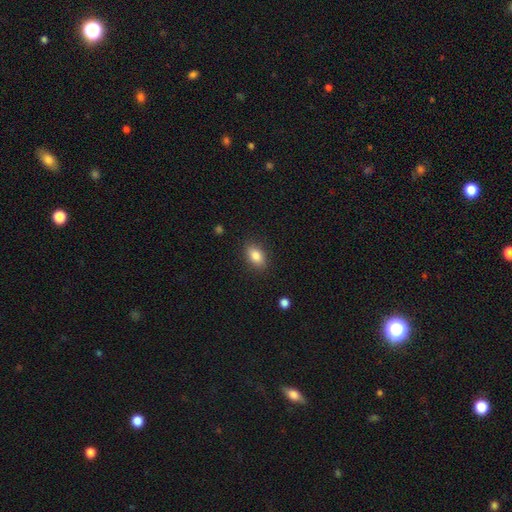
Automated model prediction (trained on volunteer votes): A smooth galaxy with no disk features (84%) that is in between round and cigar-shaped (87%). Merging: none (87%).